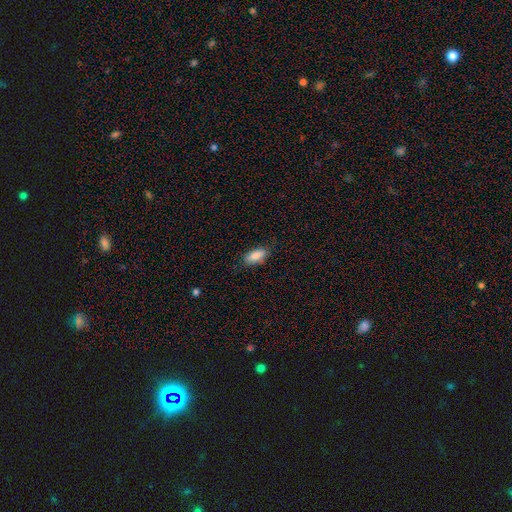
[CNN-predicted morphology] This appears to be a smooth galaxy with no disk features (84%) that is in between round and cigar-shaped (84%). Merging: none (80%).